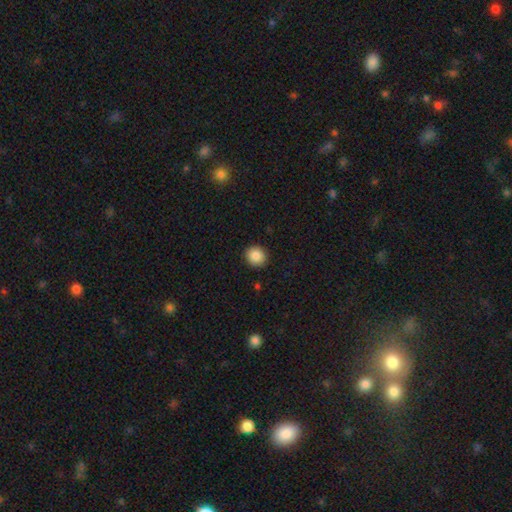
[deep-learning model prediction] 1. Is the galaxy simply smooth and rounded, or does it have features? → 87% smooth, 9% star or artifact, 4% featured or disk.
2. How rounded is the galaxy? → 88% round, 11% in between, 1% cigar-shaped.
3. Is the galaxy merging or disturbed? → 92% none, 6% minor disturbance, 2% major disturbance, 1% merger.